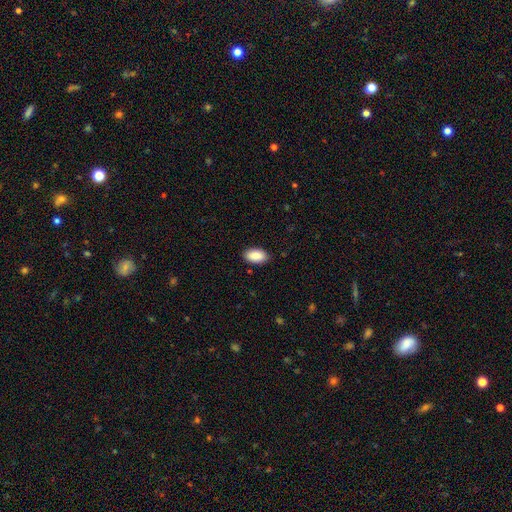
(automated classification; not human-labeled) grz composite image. It shows a smooth galaxy with no disk features (90%) that is in between round and cigar-shaped (95%). Merging: none (88%).